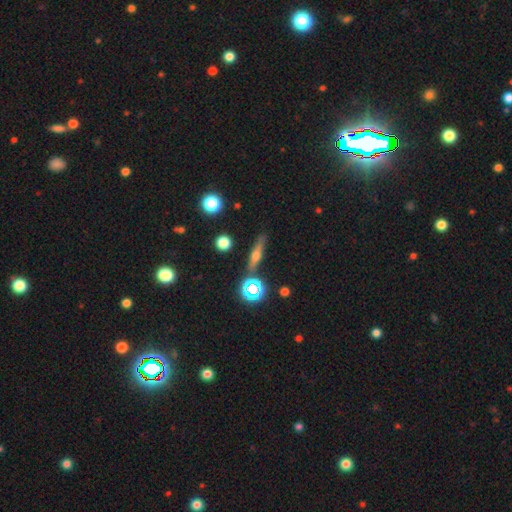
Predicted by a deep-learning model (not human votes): Overall: featured or disk (47%; smooth 37%). Merging: none (82%).